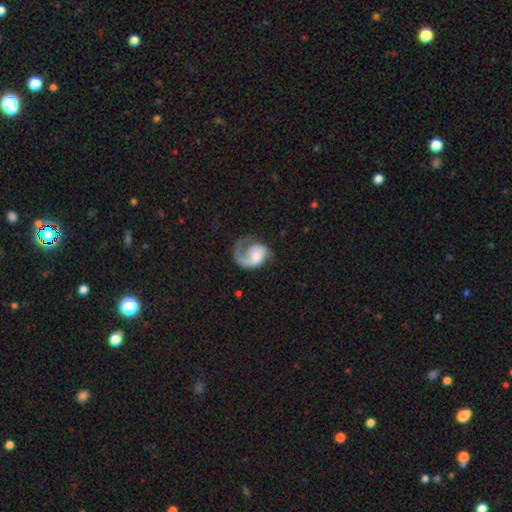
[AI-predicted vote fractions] smooth_or_featured: featured or disk (p=0.75) [alt: smooth p=0.19]
disk_edge_on: no (p=0.98) [alt: yes p=0.02]
bar: no (p=0.67) [alt: weak p=0.28]
has_spiral_arms: yes (p=0.93) [alt: no p=0.07]
spiral_winding: medium (p=0.38) [alt: loose p=0.37]
spiral_arm_count: 1 (p=0.75) [alt: 2 p=0.18]
bulge_size: moderate (p=0.42) [alt: small p=0.32]
merging: none (p=0.40) [alt: major disturbance p=0.39]